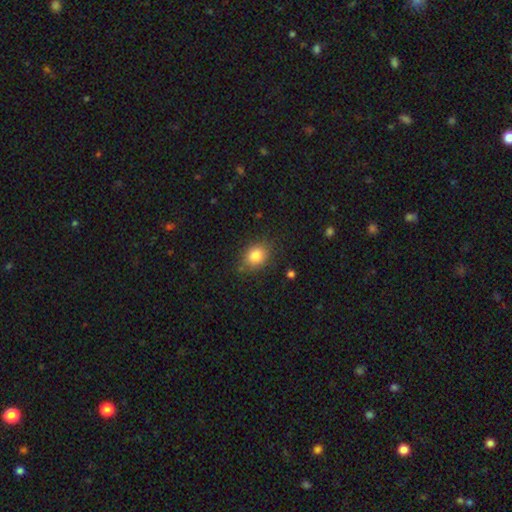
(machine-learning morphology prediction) Smooth or featured: smooth — 83% (star or artifact — 10%)
How rounded: round — 54% (in between — 45%)
Merging: none — 80% (minor disturbance — 14%)